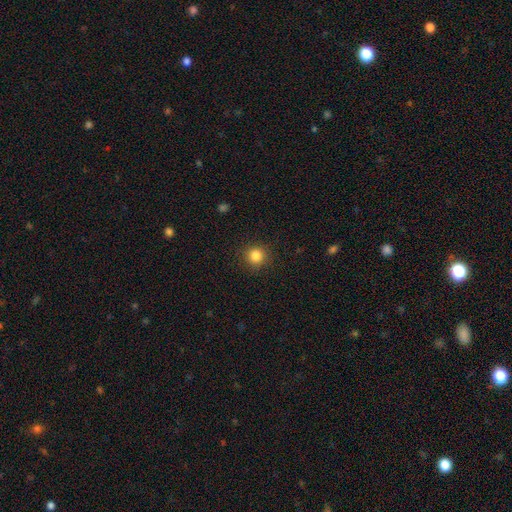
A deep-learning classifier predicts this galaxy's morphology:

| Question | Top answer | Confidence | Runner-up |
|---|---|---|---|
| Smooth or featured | smooth | 85% | star or artifact (11%) |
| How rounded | round | 93% | in between (6%) |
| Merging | none | 90% | minor disturbance (7%) |